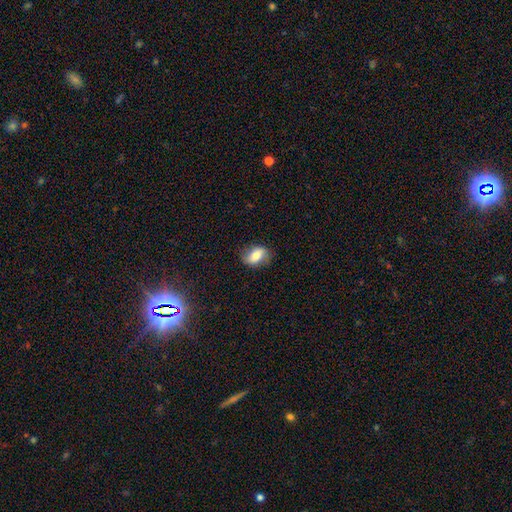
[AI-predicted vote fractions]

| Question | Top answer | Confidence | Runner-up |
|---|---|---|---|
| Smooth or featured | smooth | 65% | featured or disk (27%) |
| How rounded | in between | 79% | round (18%) |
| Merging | none | 78% | minor disturbance (16%) |